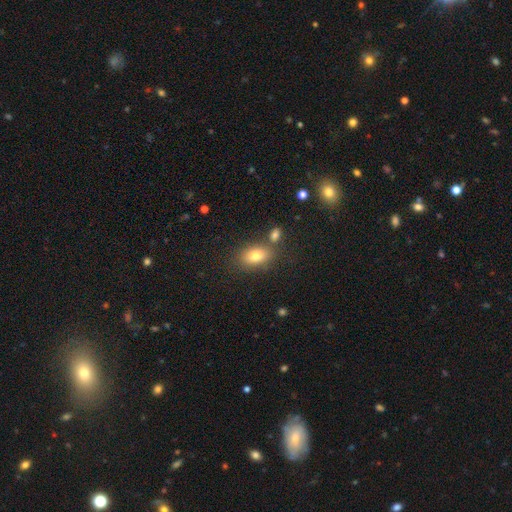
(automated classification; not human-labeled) This is likely a smooth galaxy (78%). How rounded: clearly in between (83%). Merging: likely none (69%).